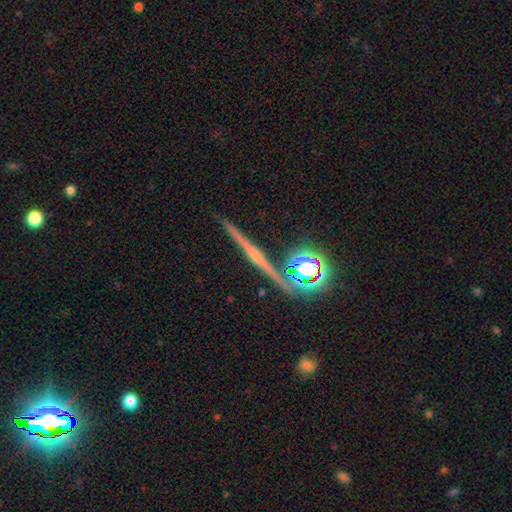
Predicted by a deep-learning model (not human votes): This appears to be a featured or disk galaxy (70%) viewed edge-on (97%) with a rounded central bulge (72%). Merging: none (89%).